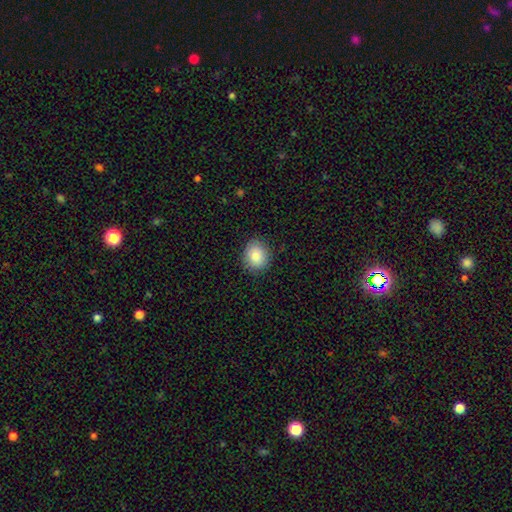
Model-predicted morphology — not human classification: This is clearly a smooth galaxy (83%). How rounded: likely round (66%). Merging: clearly none (87%).